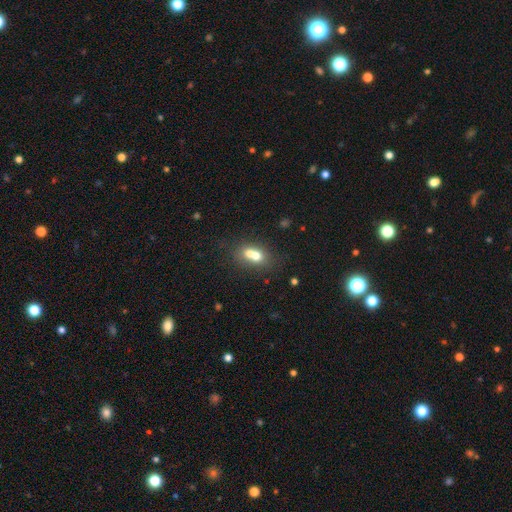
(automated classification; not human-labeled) Q: Smooth or featured?
A: smooth (65%); runner-up: featured or disk (24%)
Q: How rounded?
A: in between (54%); runner-up: round (44%)
Q: Merging?
A: merger (62%); runner-up: none (28%)